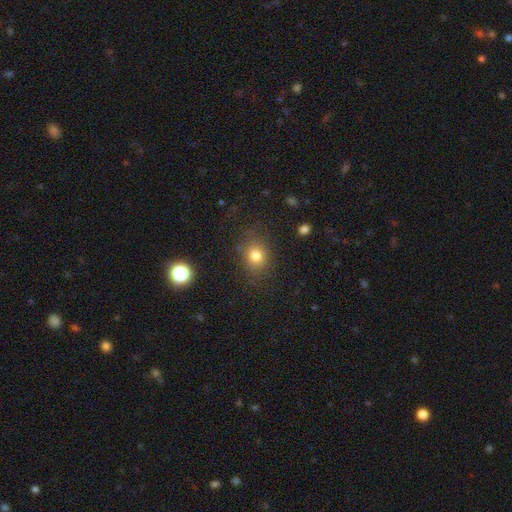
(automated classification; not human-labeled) A smooth galaxy with no disk features (78%) that is round (61%).

Vote fractions:
- Smooth or featured? smooth: 78% / star or artifact: 14% / featured or disk: 8%
- How rounded? round: 61% / in between: 38% / cigar-shaped: 1%
- Merging? none: 82% / minor disturbance: 12% / major disturbance: 5% / merger: 2%